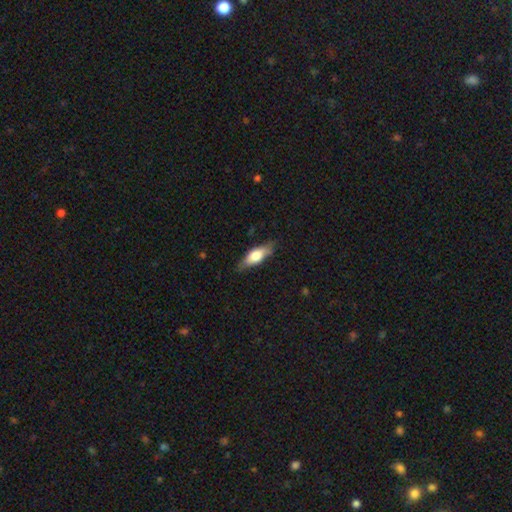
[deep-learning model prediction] Smooth or featured? Predicted: smooth (p=0.59). How rounded? Predicted: in between (p=0.61). Merging? Predicted: none (p=0.79).